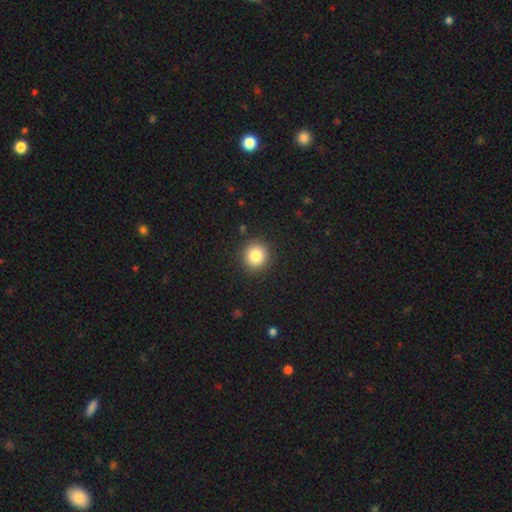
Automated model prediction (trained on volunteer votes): smooth 83%, star or artifact 10%, featured or disk 6%. Down the decision tree: how rounded — round (92%); merging — none (91%).